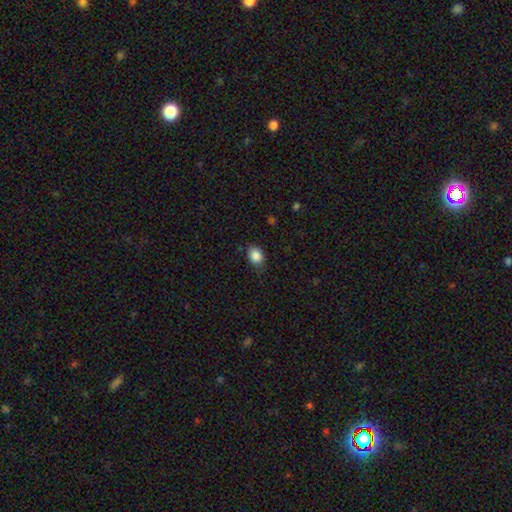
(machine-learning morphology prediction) Smooth or featured? smooth (87%)
How rounded? in between (63%)
Merging? none (77%)